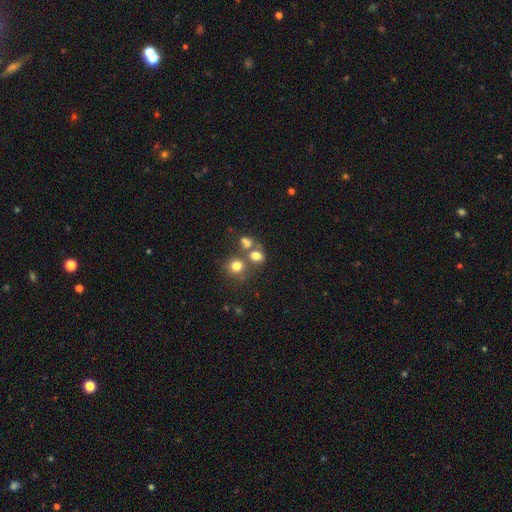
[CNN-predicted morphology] This is likely a smooth galaxy (72%). How rounded: possibly round (60%). Merging: possibly none (48%).